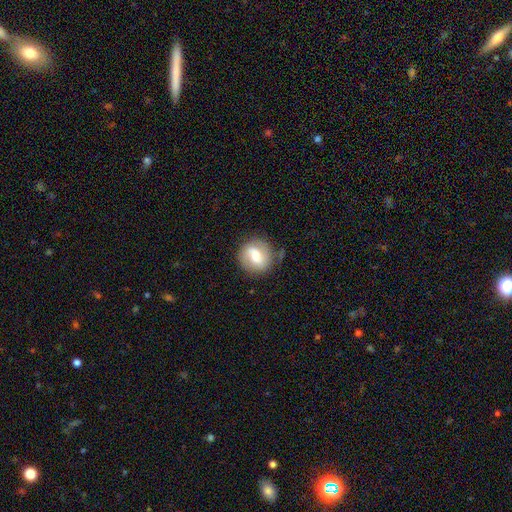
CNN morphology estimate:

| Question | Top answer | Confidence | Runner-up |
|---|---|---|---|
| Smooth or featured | smooth | 47% | featured or disk (46%) |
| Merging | none | 78% | minor disturbance (15%) |